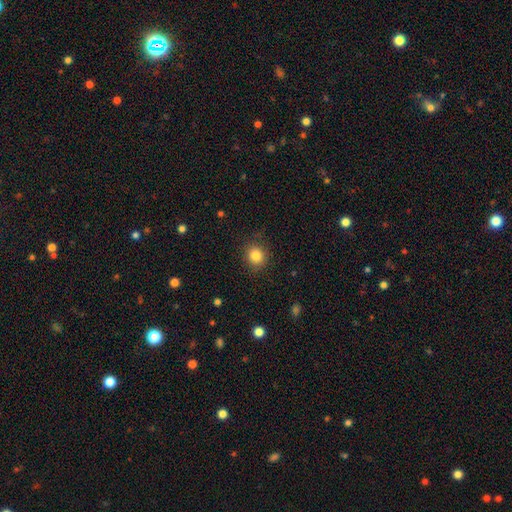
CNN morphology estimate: Smooth or featured: smooth — 84% (star or artifact — 10%)
How rounded: round — 85% (in between — 14%)
Merging: none — 87% (minor disturbance — 9%)